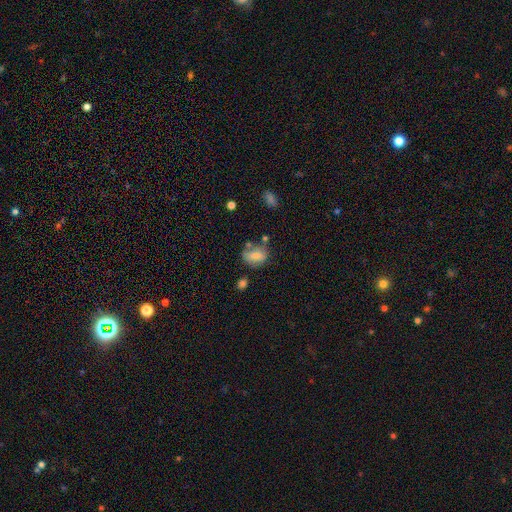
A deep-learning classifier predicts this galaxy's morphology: Smooth or featured? Predicted: smooth (p=0.72). How rounded? Predicted: in between (p=0.68). Merging? Predicted: none (p=0.51).